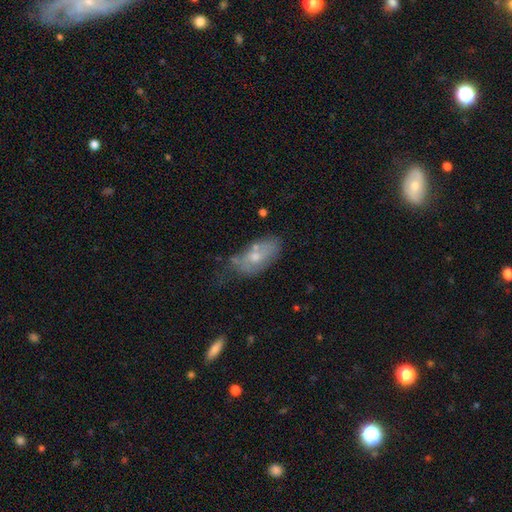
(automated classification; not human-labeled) Smooth or featured?
  - smooth: 55% *
  - featured or disk: 37%
  - star or artifact: 8%
How rounded?
  - in between: 88% *
  - cigar-shaped: 8%
  - round: 4%
Merging?
  - none: 39% *
  - minor disturbance: 31%
  - major disturbance: 16%
  - merger: 14%